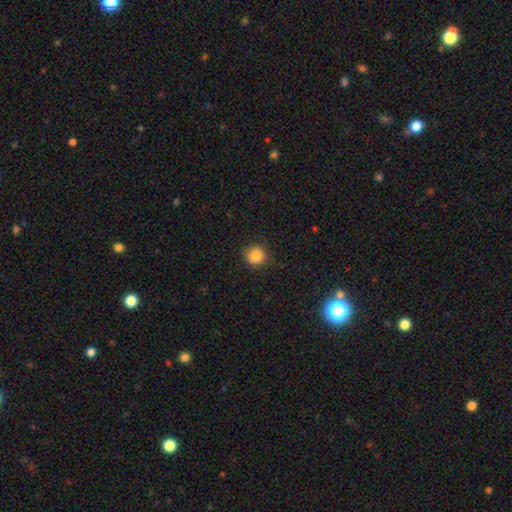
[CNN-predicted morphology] smooth 85%, star or artifact 11%, featured or disk 5%. Down the decision tree: how rounded — round (93%); merging — none (90%).